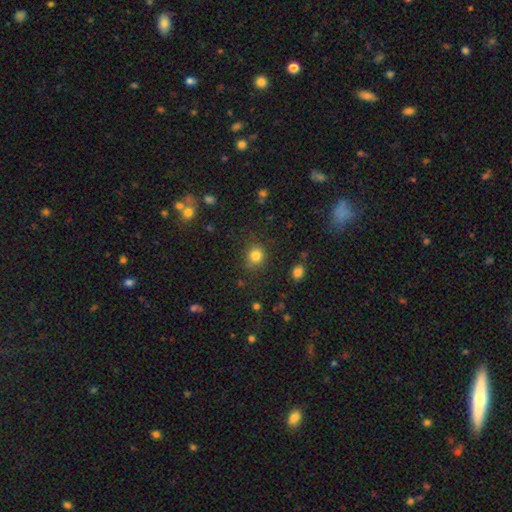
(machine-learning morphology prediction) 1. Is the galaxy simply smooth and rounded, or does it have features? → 82% smooth, 13% star or artifact, 5% featured or disk.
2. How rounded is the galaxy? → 79% round, 20% in between, 1% cigar-shaped.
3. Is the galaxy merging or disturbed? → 81% none, 13% minor disturbance, 4% major disturbance, 2% merger.